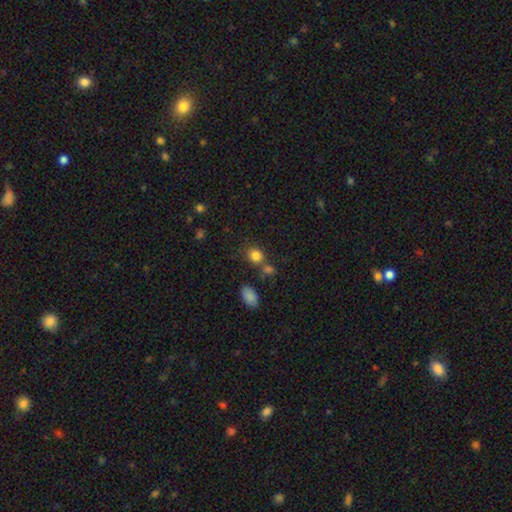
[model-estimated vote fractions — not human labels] Morphology: type=smooth (83%); roundness=round (73%); merging=none (66%).